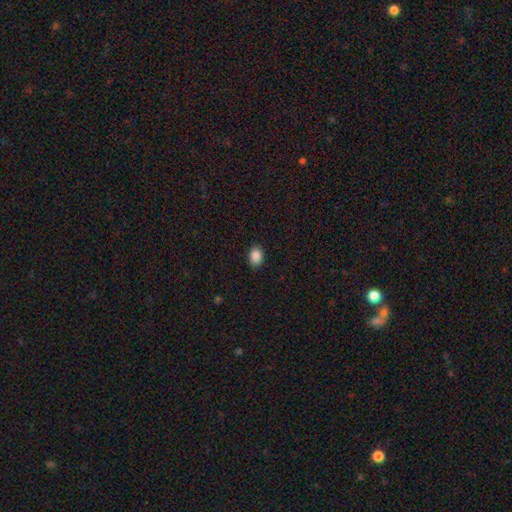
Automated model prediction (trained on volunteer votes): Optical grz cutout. It shows a smooth galaxy with no disk features (87%) that is in between round and cigar-shaped (70%). Merging: none (89%).